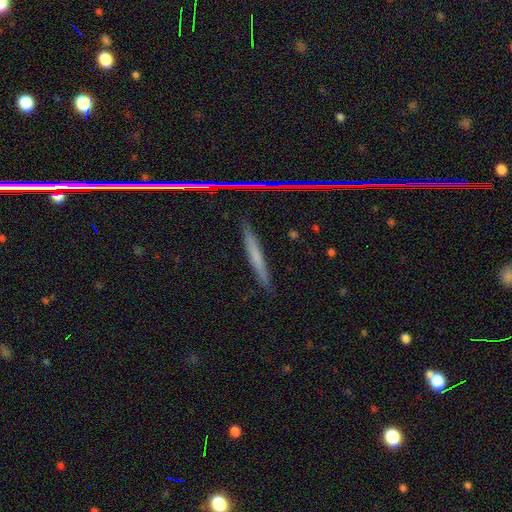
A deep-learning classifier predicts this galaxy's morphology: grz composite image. It shows a smooth galaxy with no disk features (54%) that is cigar-shaped (95%). Merging: none (87%).